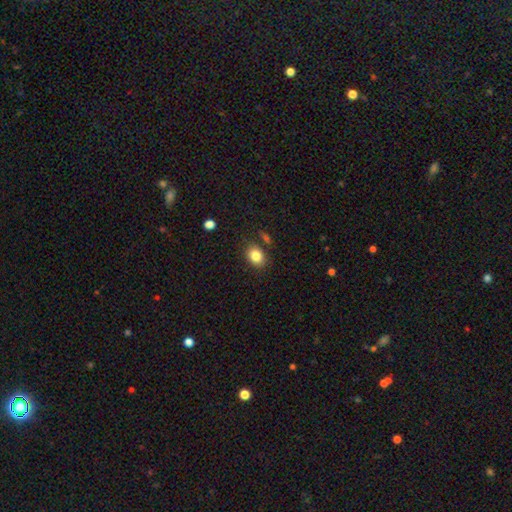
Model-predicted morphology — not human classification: This appears to be a smooth galaxy with no disk features (84%) that is in between round and cigar-shaped (64%). Merging: none (79%).